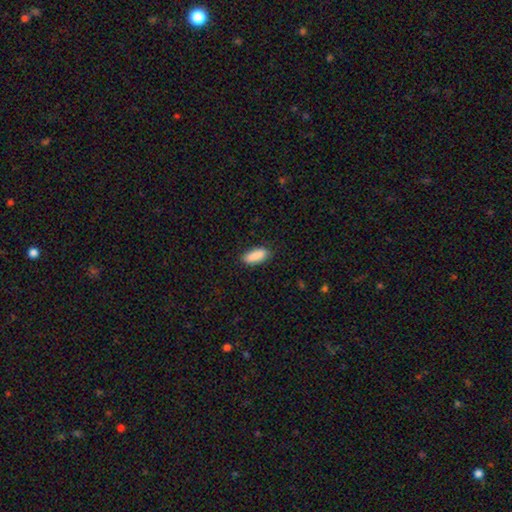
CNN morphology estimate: Smooth or featured? Predicted: smooth (p=0.90). How rounded? Predicted: in between (p=0.77). Merging? Predicted: none (p=0.85).